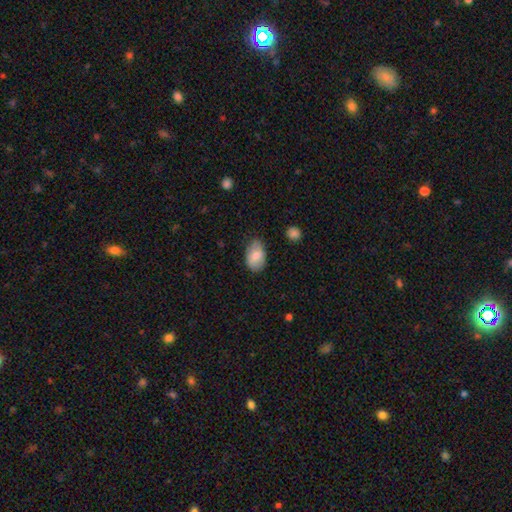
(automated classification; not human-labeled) Smooth or featured? Predicted: smooth (p=0.77). How rounded? Predicted: in between (p=0.89). Merging? Predicted: none (p=0.73).